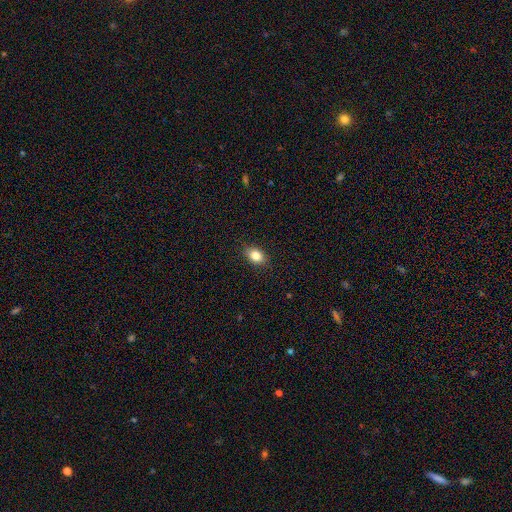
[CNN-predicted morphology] This appears to be a smooth galaxy with no disk features (84%) that is in between round and cigar-shaped (79%). Merging: none (88%).